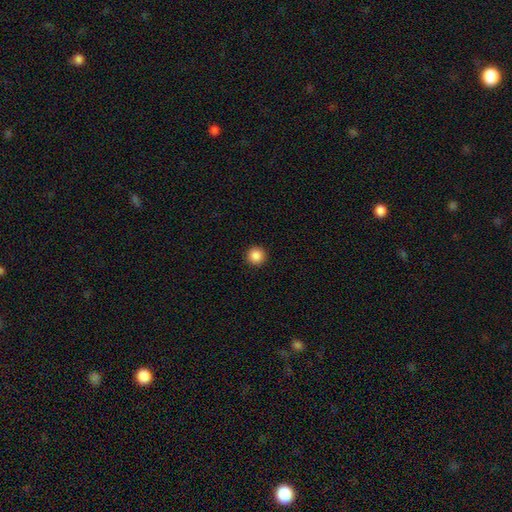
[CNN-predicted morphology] This appears to be a smooth galaxy with no disk features (88%) that is round (96%). Merging: none (93%).